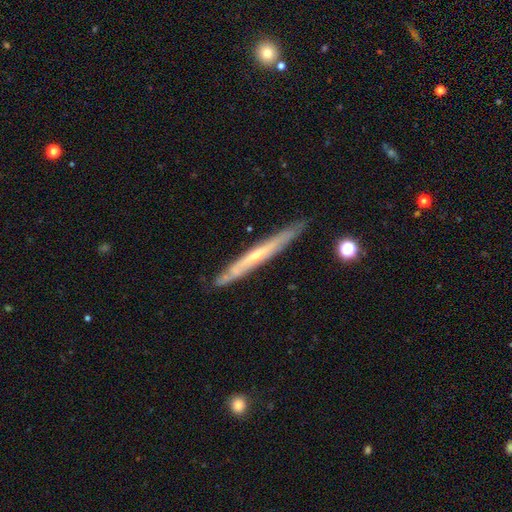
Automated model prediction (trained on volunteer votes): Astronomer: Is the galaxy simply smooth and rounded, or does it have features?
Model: featured or disk — 69%.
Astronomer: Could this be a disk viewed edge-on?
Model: yes — 88%.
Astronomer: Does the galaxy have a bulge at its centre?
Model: none — 52% (runner-up: rounded, 45%).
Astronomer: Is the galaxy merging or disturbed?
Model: none — 82%.